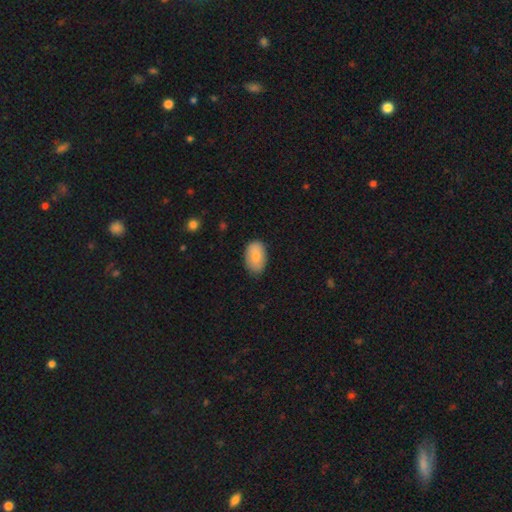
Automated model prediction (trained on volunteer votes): Smooth or featured?
  - smooth: 80% *
  - featured or disk: 14%
  - star or artifact: 6%
How rounded?
  - in between: 91% *
  - round: 8%
  - cigar-shaped: 1%
Merging?
  - none: 83% *
  - minor disturbance: 14%
  - major disturbance: 3%
  - merger: 1%